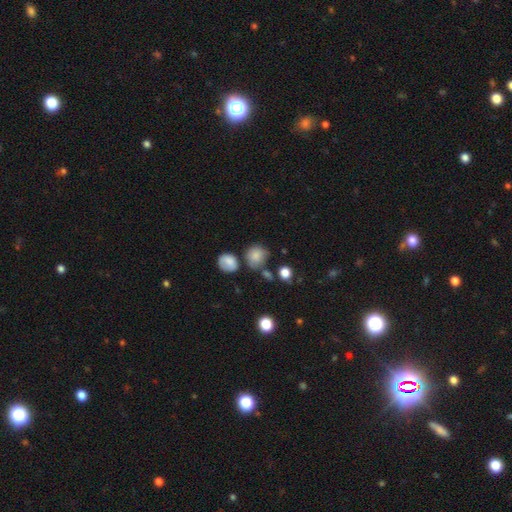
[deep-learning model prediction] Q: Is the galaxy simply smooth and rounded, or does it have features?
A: smooth — 82%.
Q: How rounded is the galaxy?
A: round — 75%.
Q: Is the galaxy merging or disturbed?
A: none — 60%.